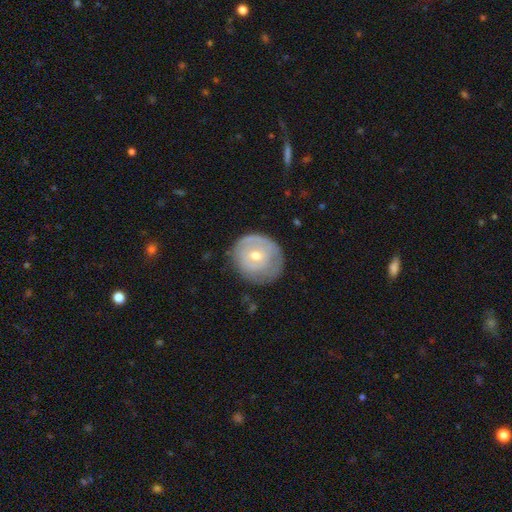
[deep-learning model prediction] Smooth or featured? featured or disk (57%)
Edge-on disk? no (96%)
Bar? no (73%)
Spiral arms? yes (56%)
Bulge size? moderate (52%)
Merging? none (69%)